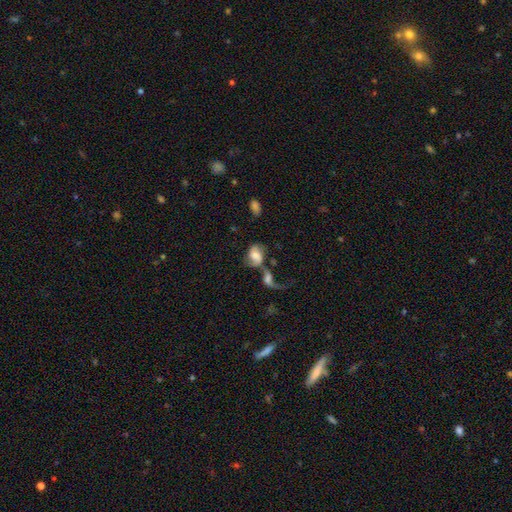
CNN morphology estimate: This appears to be a featured or disk galaxy (48%). Merging: merger (56%).